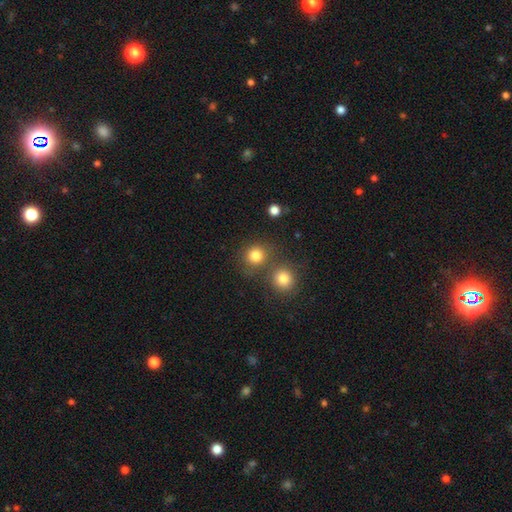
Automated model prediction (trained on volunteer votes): Smooth or featured? smooth (81%)
How rounded? round (87%)
Merging? none (63%)